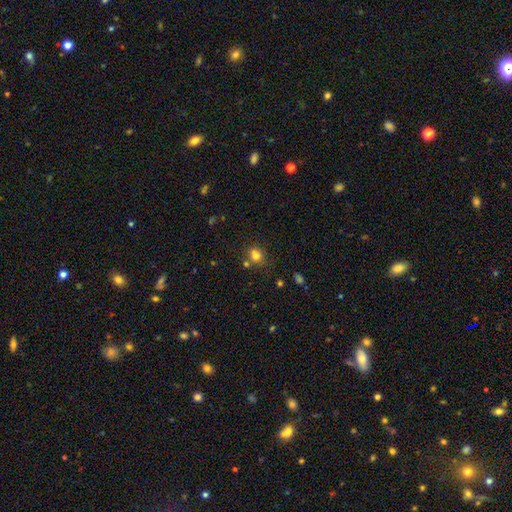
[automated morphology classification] Smooth or featured?
  - smooth: 77% *
  - star or artifact: 14%
  - featured or disk: 8%
How rounded?
  - round: 70% *
  - in between: 29%
  - cigar-shaped: 1%
Merging?
  - none: 62% *
  - merger: 20%
  - minor disturbance: 14%
  - major disturbance: 4%